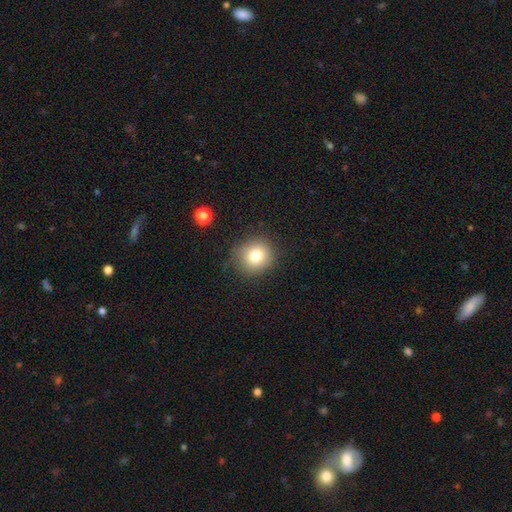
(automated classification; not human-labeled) A smooth galaxy with no disk features (77%) that is round (87%).

Vote fractions:
- Smooth or featured? smooth: 77% / star or artifact: 12% / featured or disk: 10%
- How rounded? round: 87% / in between: 12% / cigar-shaped: 1%
- Merging? none: 84% / minor disturbance: 11% / major disturbance: 3% / merger: 2%